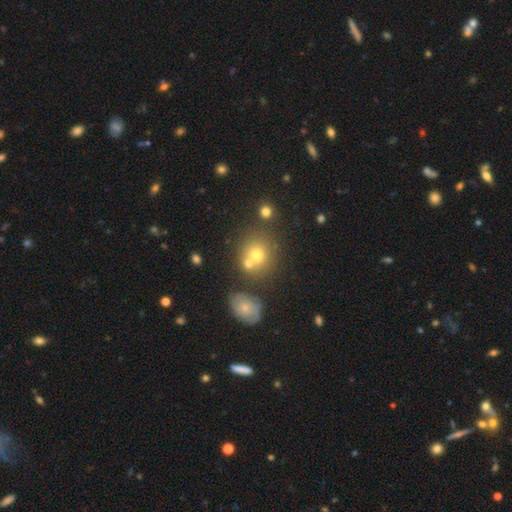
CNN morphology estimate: smooth 67%, star or artifact 17%, featured or disk 16%. Down the decision tree: how rounded — round (82%); merging — none (59%).